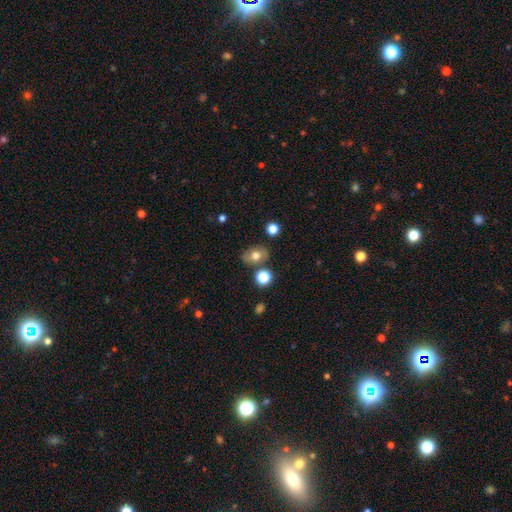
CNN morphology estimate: smooth_or_featured: smooth (p=0.68) [alt: featured or disk p=0.21]
how_rounded: in between (p=0.67) [alt: round p=0.32]
merging: none (p=0.76) [alt: minor disturbance p=0.13]